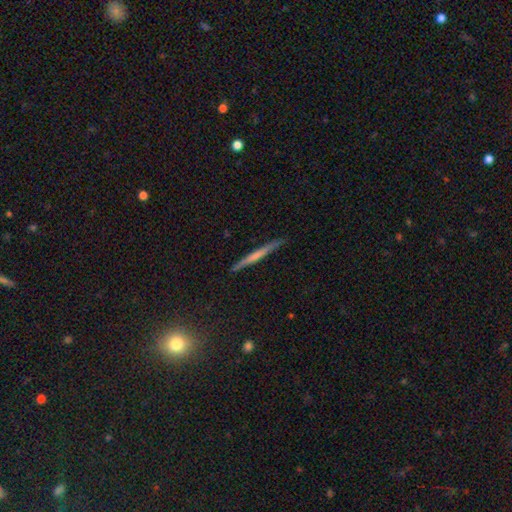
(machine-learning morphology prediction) smooth 48%, featured or disk 46%, star or artifact 6%. Down the decision tree: merging — none (89%).